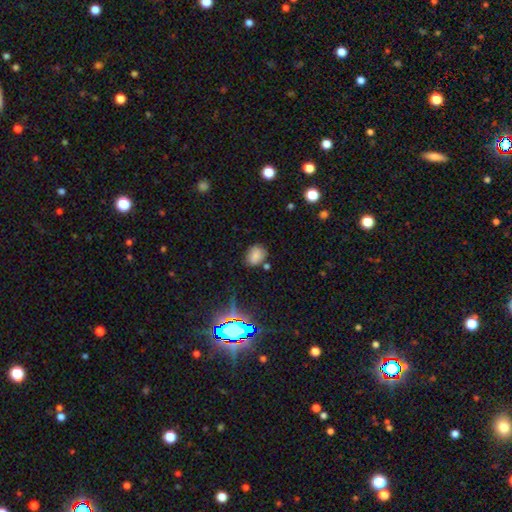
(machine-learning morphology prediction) Smooth or featured?
  - smooth: 76% *
  - star or artifact: 15%
  - featured or disk: 9%
How rounded?
  - in between: 65% *
  - round: 34%
  - cigar-shaped: 1%
Merging?
  - none: 73% *
  - minor disturbance: 18%
  - merger: 5%
  - major disturbance: 4%